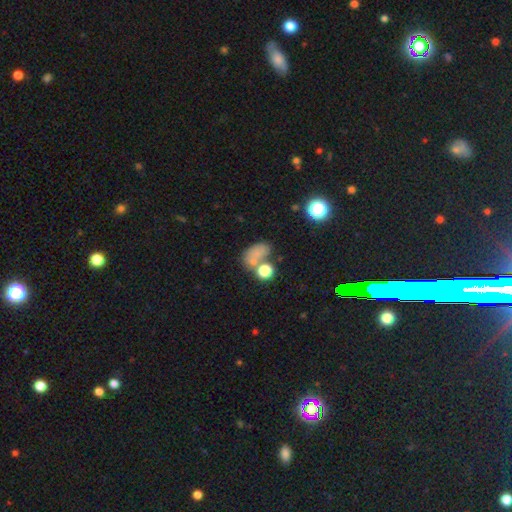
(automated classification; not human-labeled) Smooth or featured? smooth (69%)
How rounded? in between (71%)
Merging? none (37%)